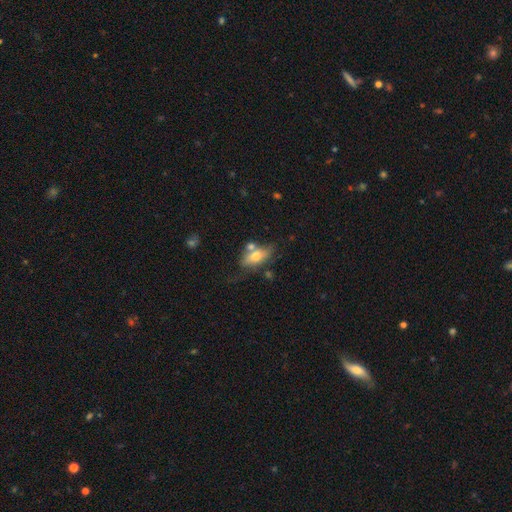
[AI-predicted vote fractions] smooth-or-featured: smooth: 63% | featured or disk: 30% | star or artifact: 8%
  how-rounded: in between: 81% | cigar-shaped: 14% | round: 5%
  merging: none: 46% | minor disturbance: 22% | merger: 20% | major disturbance: 12%